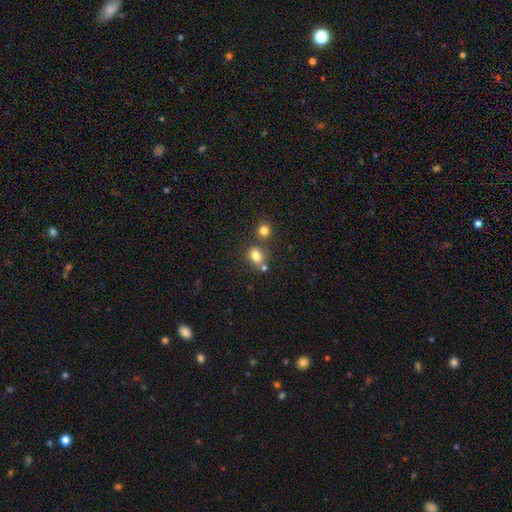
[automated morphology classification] smooth_or_featured: smooth (p=0.78) [alt: star or artifact p=0.13]
how_rounded: round (p=0.59) [alt: in between p=0.39]
merging: none (p=0.62) [alt: merger p=0.22]